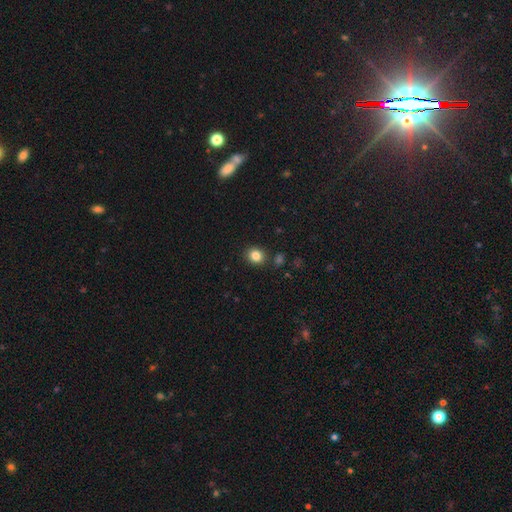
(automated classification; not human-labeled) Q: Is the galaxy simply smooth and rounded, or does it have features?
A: smooth — 84%.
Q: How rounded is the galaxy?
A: round — 74%.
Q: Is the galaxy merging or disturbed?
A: none — 87%.